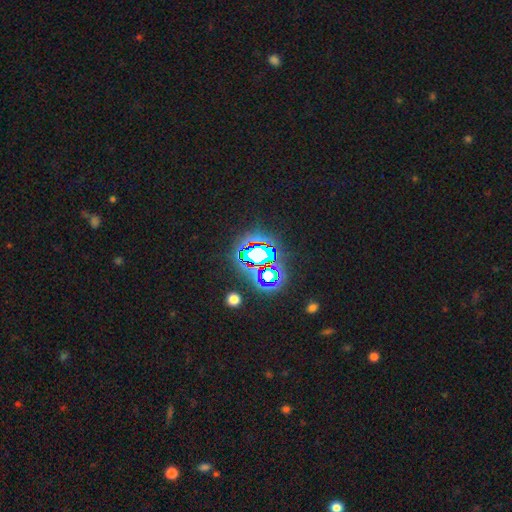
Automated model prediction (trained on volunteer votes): Smooth or featured?
  - star or artifact: 70% *
  - smooth: 17%
  - featured or disk: 13%